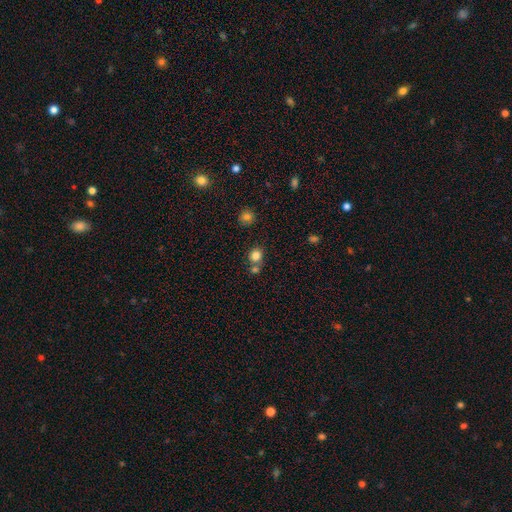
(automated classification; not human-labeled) Smooth or featured? Predicted: smooth (p=0.82). How rounded? Predicted: round (p=0.81). Merging? Predicted: none (p=0.59).